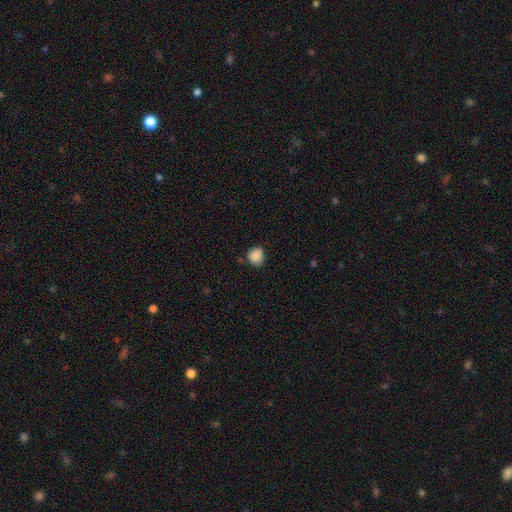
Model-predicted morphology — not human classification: Q: Smooth or featured?
A: smooth (87%); runner-up: star or artifact (9%)
Q: How rounded?
A: round (78%); runner-up: in between (21%)
Q: Merging?
A: none (78%); runner-up: minor disturbance (17%)